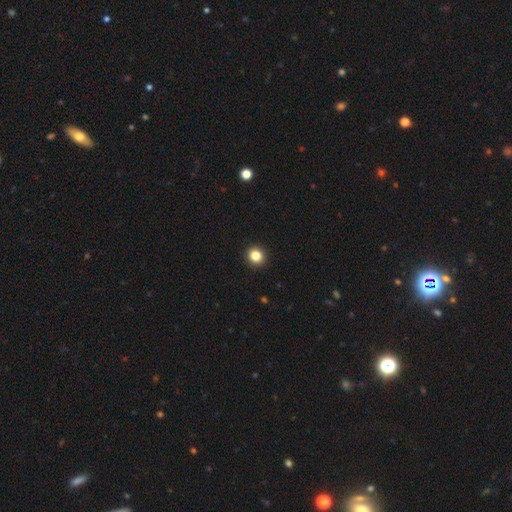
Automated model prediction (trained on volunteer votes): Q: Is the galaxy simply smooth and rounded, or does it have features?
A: smooth — 84%.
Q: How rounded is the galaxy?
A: round — 91%.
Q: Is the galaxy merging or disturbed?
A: none — 94%.